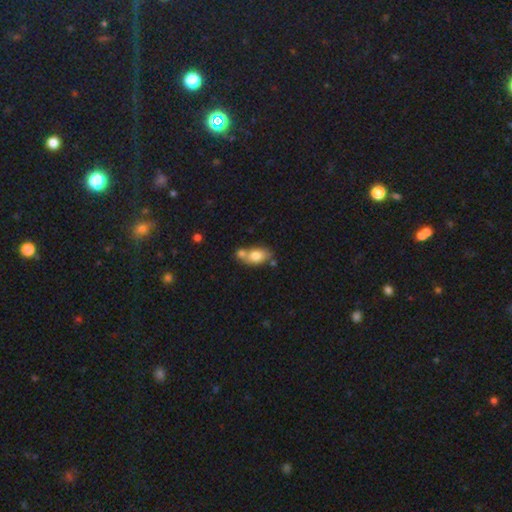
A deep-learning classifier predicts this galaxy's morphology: Smooth or featured? Predicted: smooth (p=0.75). How rounded? Predicted: in between (p=0.84). Merging? Predicted: none (p=0.42).